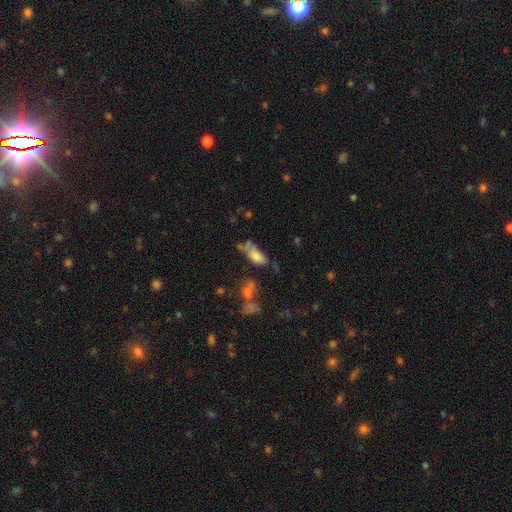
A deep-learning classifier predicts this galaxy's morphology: Smooth or featured?
  - smooth: 71% *
  - featured or disk: 17%
  - star or artifact: 11%
How rounded?
  - in between: 82% *
  - cigar-shaped: 14%
  - round: 4%
Merging?
  - none: 36% *
  - minor disturbance: 24%
  - merger: 22%
  - major disturbance: 18%